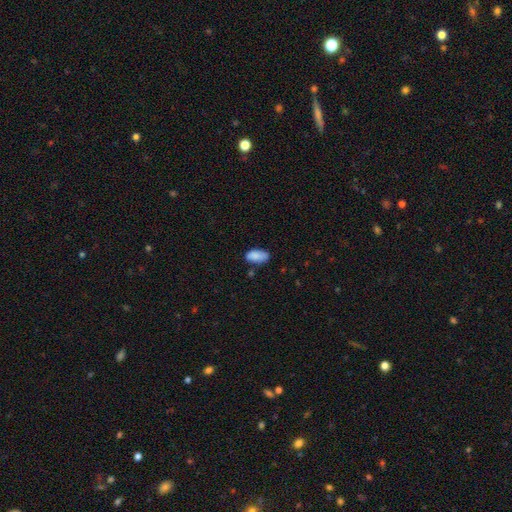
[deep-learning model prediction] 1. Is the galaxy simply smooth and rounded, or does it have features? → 86% smooth, 7% star or artifact, 7% featured or disk.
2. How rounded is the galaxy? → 93% in between, 4% cigar-shaped, 3% round.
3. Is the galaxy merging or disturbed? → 66% none, 25% minor disturbance, 5% major disturbance, 5% merger.